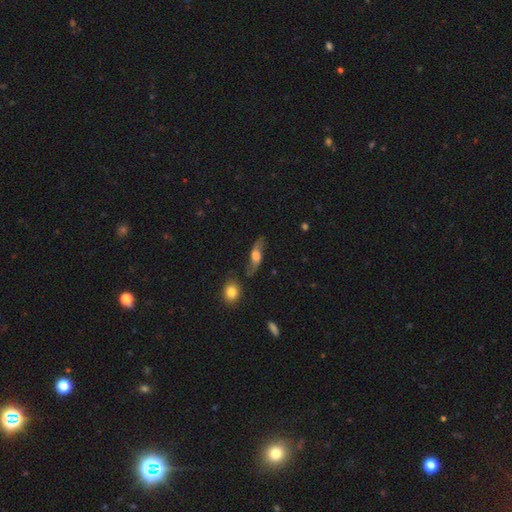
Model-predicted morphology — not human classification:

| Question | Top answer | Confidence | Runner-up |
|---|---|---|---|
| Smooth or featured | featured or disk | 61% | smooth (31%) |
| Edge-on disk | no | 64% | yes (36%) |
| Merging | none | 73% | minor disturbance (17%) |